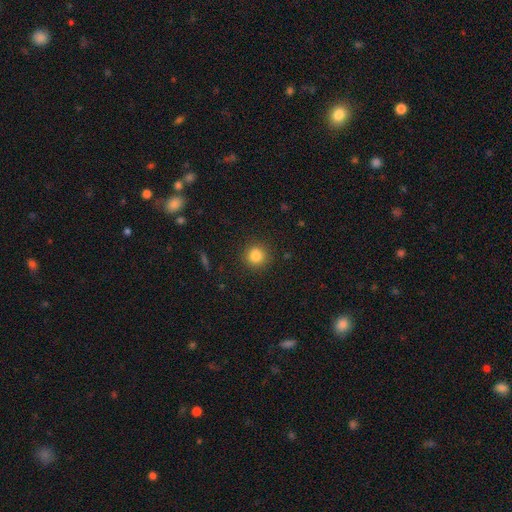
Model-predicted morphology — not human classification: smooth-or-featured: smooth: 84% | star or artifact: 11% | featured or disk: 5%
  how-rounded: round: 91% | in between: 8% | cigar-shaped: 1%
  merging: none: 89% | minor disturbance: 7% | major disturbance: 3% | merger: 1%